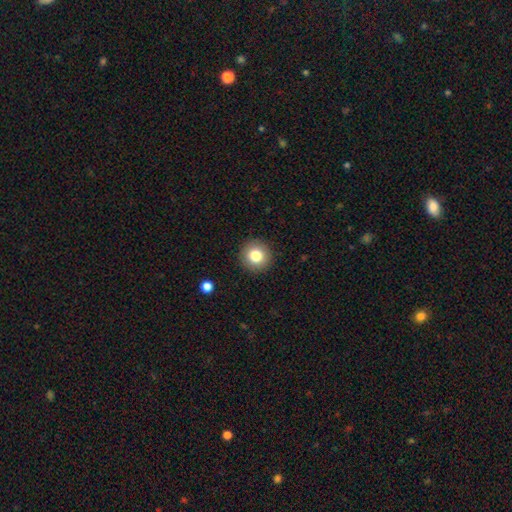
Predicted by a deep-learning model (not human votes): Smooth or featured? smooth (81%)
How rounded? round (95%)
Merging? none (92%)